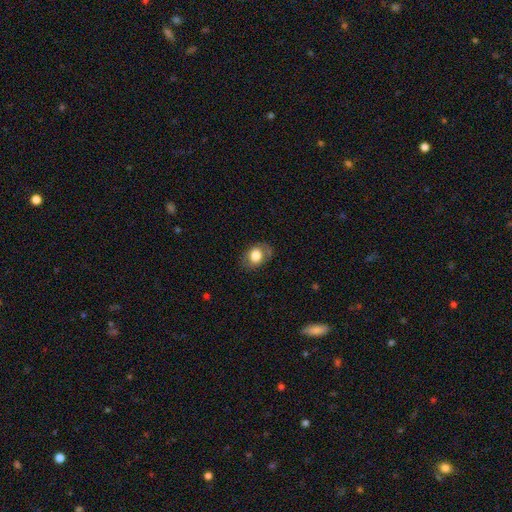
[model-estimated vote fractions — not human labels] The model was most divided on "how rounded": in between: 67%, round: 32%, cigar-shaped: 1%. More confident: merging — none (76%); smooth or featured — smooth (76%).